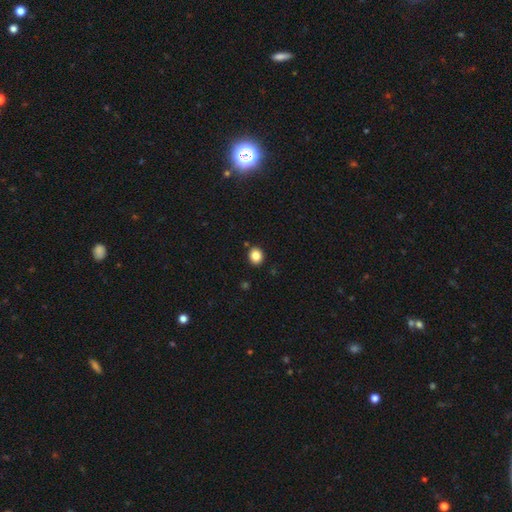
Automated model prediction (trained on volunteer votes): smooth 85%, star or artifact 10%, featured or disk 5%. Down the decision tree: how rounded — round (72%); merging — none (89%).